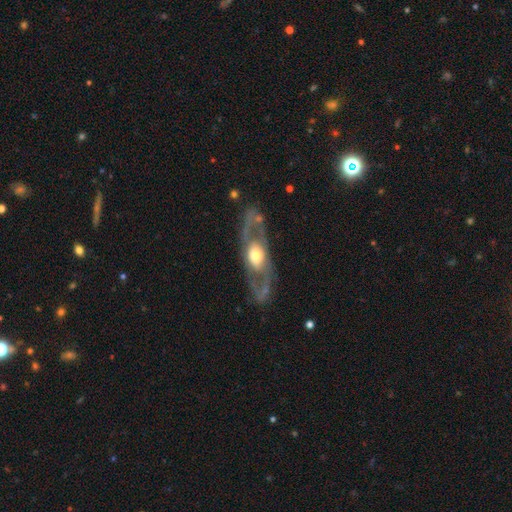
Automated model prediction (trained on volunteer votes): smooth-or-featured: featured or disk: 74% | smooth: 21% | star or artifact: 5%
  disk-edge-on: no: 82% | yes: 18%
    bar: no: 76% | weak: 16% | strong: 7%
    has-spiral-arms: no: 52% | yes: 48%
    bulge-size: moderate: 55% | large: 33% | small: 8% | dominant: 3% | none: 1%
  merging: none: 75% | minor disturbance: 13% | major disturbance: 10% | merger: 2%